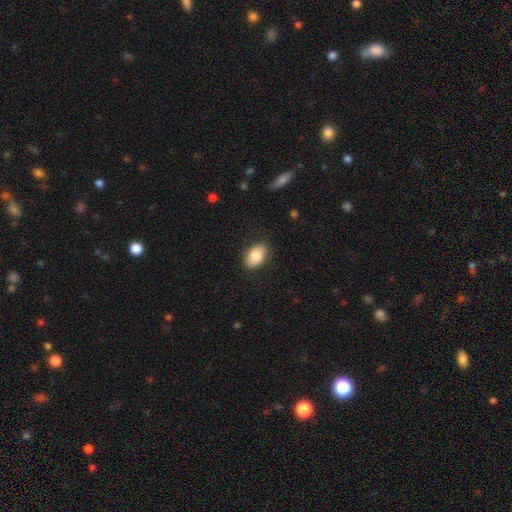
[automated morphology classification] The model was most divided on "merging": none: 85%, minor disturbance: 12%, major disturbance: 3%, merger: 1%. More confident: how rounded — in between (88%); smooth or featured — smooth (84%).